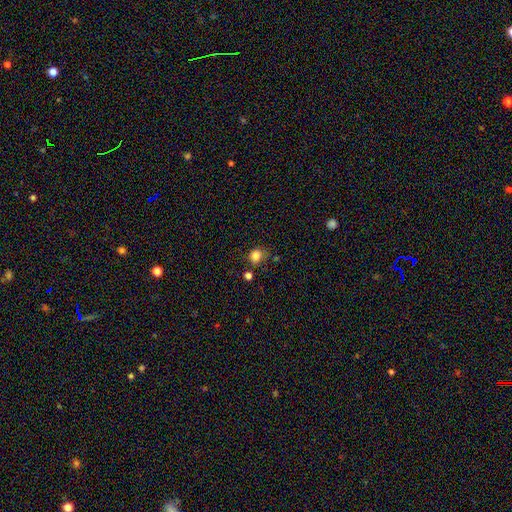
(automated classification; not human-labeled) This appears to be a smooth galaxy with no disk features (83%) that is round (75%). Merging: none (69%).